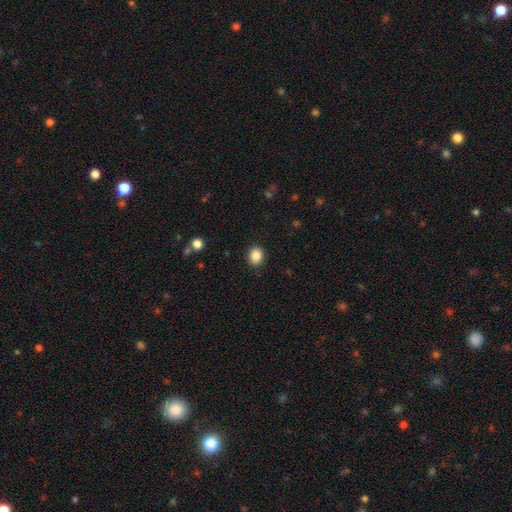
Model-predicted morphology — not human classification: Smooth or featured: smooth — 86% (star or artifact — 10%)
How rounded: round — 57% (in between — 42%)
Merging: none — 90% (minor disturbance — 7%)